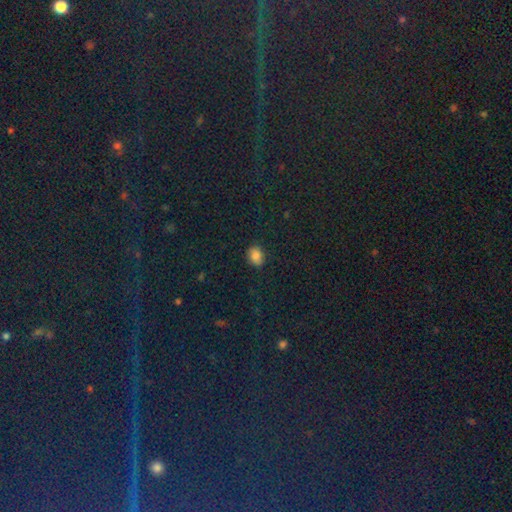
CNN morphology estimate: smooth-or-featured: smooth: 82% | star or artifact: 13% | featured or disk: 6%
  how-rounded: in between: 67% | round: 31% | cigar-shaped: 1%
  merging: none: 84% | minor disturbance: 12% | major disturbance: 3% | merger: 1%